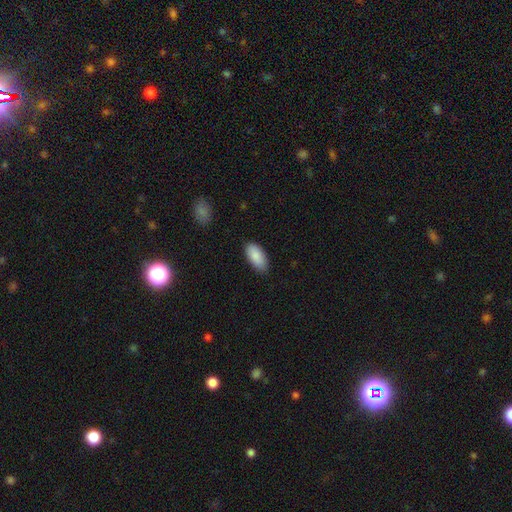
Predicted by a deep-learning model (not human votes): Overall: smooth (88%). How rounded: in between (92%). Merging: none (83%).